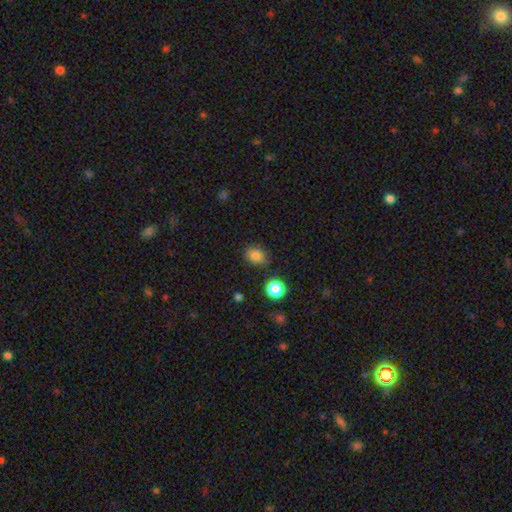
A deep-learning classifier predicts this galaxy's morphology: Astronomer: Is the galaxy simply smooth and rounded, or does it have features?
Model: smooth — 81%.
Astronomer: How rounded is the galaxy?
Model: round — 54% (runner-up: in between, 45%).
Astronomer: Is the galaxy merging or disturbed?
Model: none — 83%.